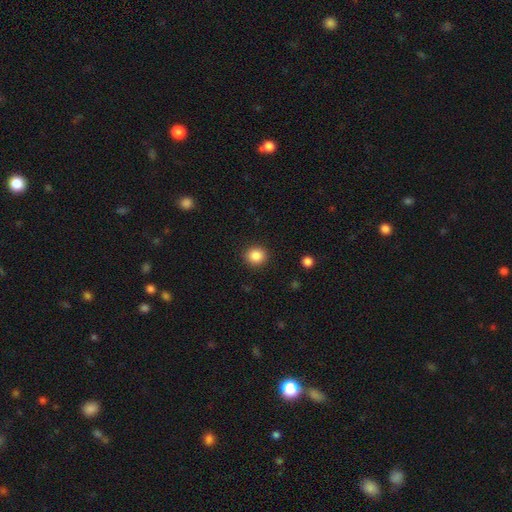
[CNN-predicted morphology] Smooth or featured? Predicted: smooth (p=0.86). How rounded? Predicted: round (p=0.84). Merging? Predicted: none (p=0.91).